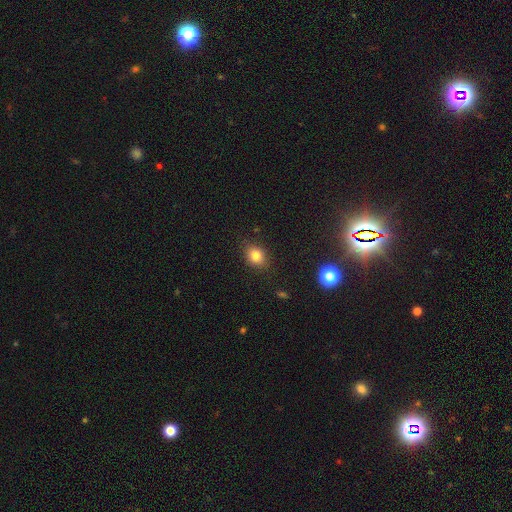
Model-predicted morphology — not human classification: Q: Smooth or featured?
A: smooth (82%); runner-up: star or artifact (11%)
Q: How rounded?
A: in between (51%); runner-up: round (48%)
Q: Merging?
A: none (84%); runner-up: minor disturbance (11%)